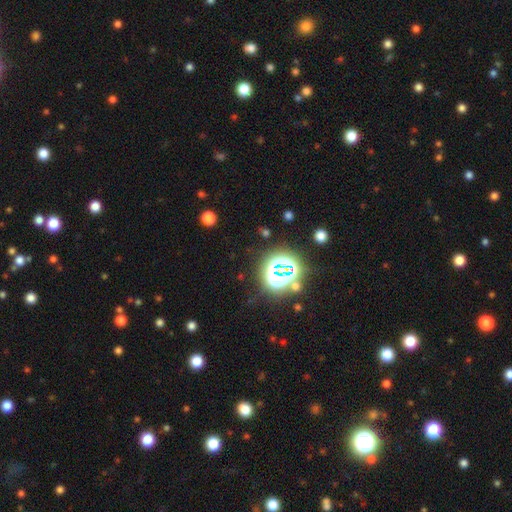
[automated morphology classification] The model was most divided on "smooth or featured": star or artifact: 82%, smooth: 12%, featured or disk: 6%.